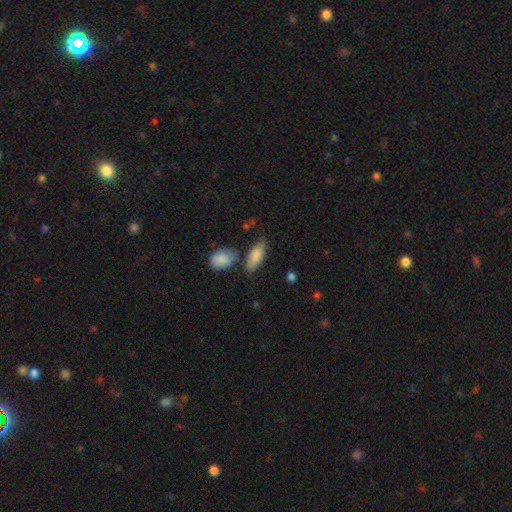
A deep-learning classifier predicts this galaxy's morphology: smooth 85%, featured or disk 9%, star or artifact 6%. Down the decision tree: how rounded — in between (79%); merging — none (69%).